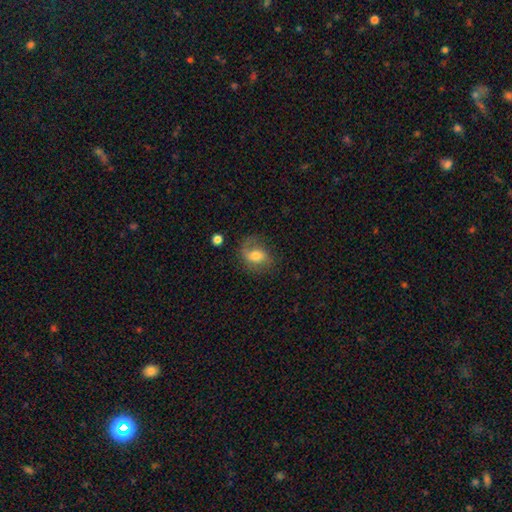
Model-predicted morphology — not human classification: Smooth or featured: smooth — 53% (featured or disk — 38%)
How rounded: in between — 61% (round — 38%)
Merging: none — 56% (minor disturbance — 24%)